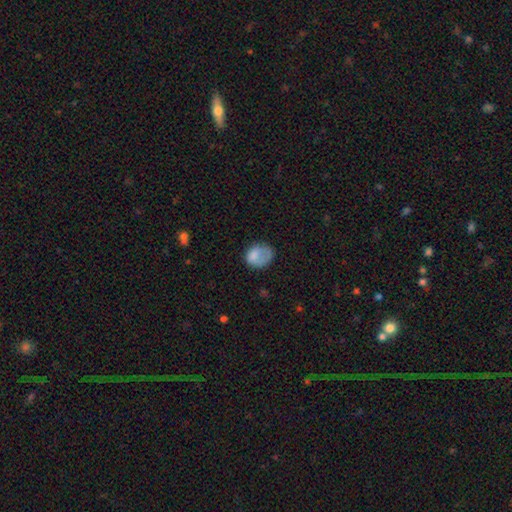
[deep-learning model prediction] Smooth or featured: smooth — 75% (featured or disk — 17%)
How rounded: in between — 53% (round — 46%)
Merging: none — 41% (minor disturbance — 29%)